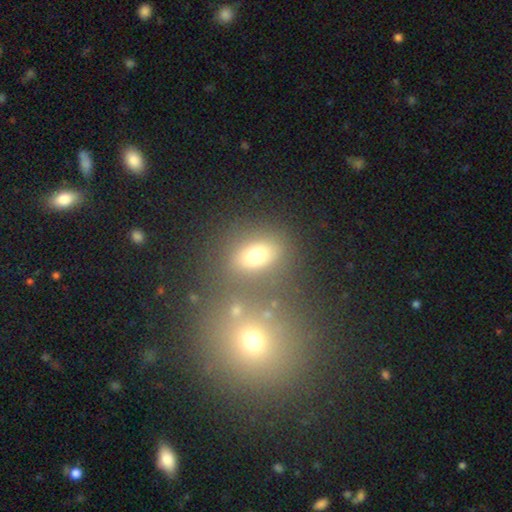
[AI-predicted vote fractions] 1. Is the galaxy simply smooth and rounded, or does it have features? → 68% smooth, 18% star or artifact, 14% featured or disk.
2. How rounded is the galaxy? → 66% in between, 30% round, 4% cigar-shaped.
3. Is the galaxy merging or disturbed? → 65% none, 19% merger, 11% minor disturbance, 5% major disturbance.